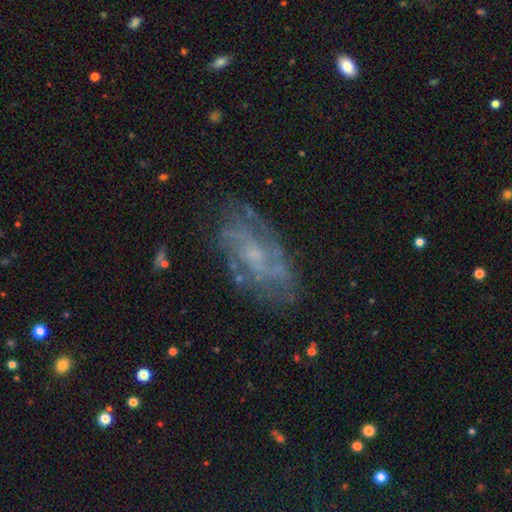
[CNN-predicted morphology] smooth_or_featured: featured or disk (p=0.75) [alt: smooth p=0.15]
disk_edge_on: no (p=0.94) [alt: yes p=0.06]
bar: no (p=0.60) [alt: weak p=0.34]
has_spiral_arms: yes (p=0.85) [alt: no p=0.15]
spiral_winding: medium (p=0.43) [alt: tight p=0.40]
spiral_arm_count: can't tell (p=0.38) [alt: 2 p=0.37]
bulge_size: small (p=0.55) [alt: moderate p=0.24]
merging: none (p=0.73) [alt: minor disturbance p=0.17]